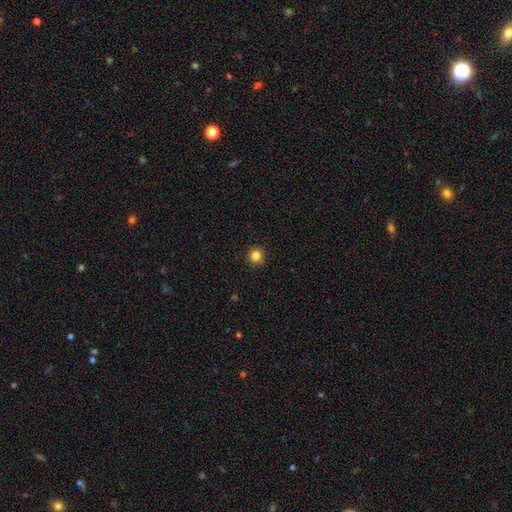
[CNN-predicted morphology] A smooth galaxy with no disk features (84%) that is round (92%). Merging: none (91%).